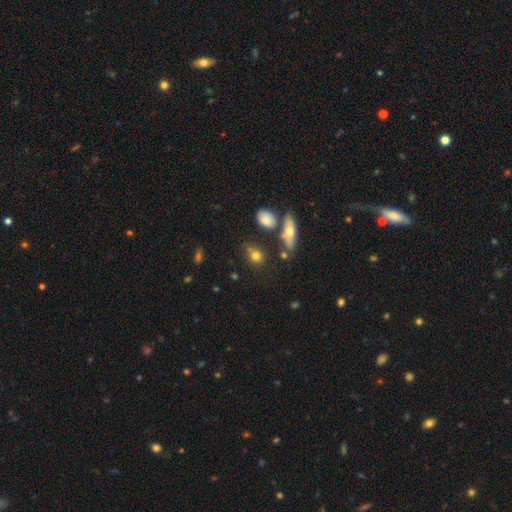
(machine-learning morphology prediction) Smooth or featured?
  - smooth: 76% *
  - featured or disk: 13%
  - star or artifact: 11%
How rounded?
  - round: 51% *
  - in between: 44%
  - cigar-shaped: 5%
Merging?
  - none: 65% *
  - minor disturbance: 16%
  - merger: 14%
  - major disturbance: 6%